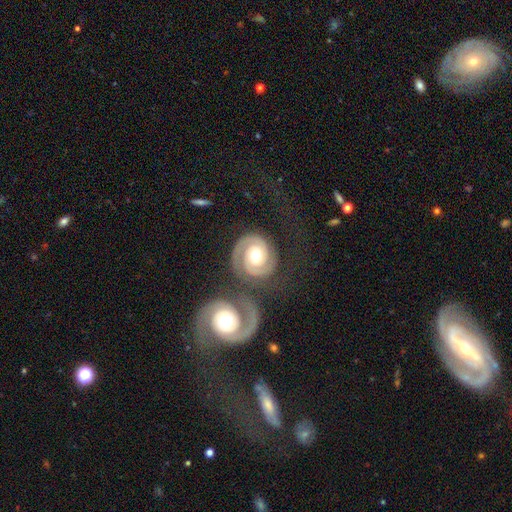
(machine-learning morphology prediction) Q: Smooth or featured?
A: featured or disk (89%); runner-up: smooth (7%)
Q: Edge-on disk?
A: no (98%); runner-up: yes (2%)
Q: Bar?
A: no (60%); runner-up: weak (28%)
Q: Spiral arms?
A: yes (98%); runner-up: no (2%)
Q: Spiral winding?
A: tight (73%); runner-up: medium (23%)
Q: Spiral arm count?
A: 2 (90%); runner-up: can't tell (3%)
Q: Bulge size?
A: moderate (75%); runner-up: large (16%)
Q: Merging?
A: none (64%); runner-up: merger (16%)